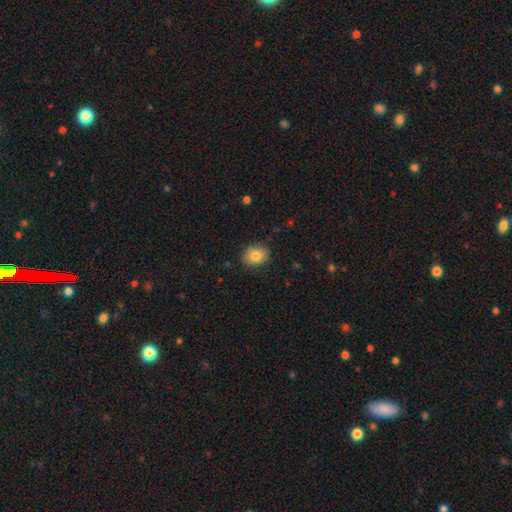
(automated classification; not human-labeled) smooth_or_featured: smooth (p=0.82) [alt: star or artifact p=0.09]
how_rounded: in between (p=0.51) [alt: round p=0.48]
merging: none (p=0.86) [alt: minor disturbance p=0.11]